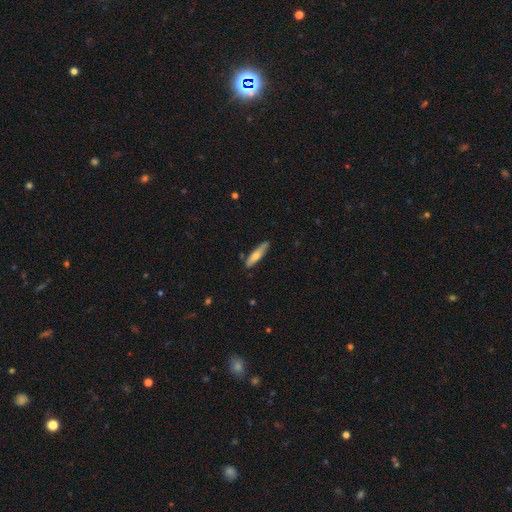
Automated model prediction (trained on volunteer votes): Smooth or featured? smooth (67%)
How rounded? cigar-shaped (77%)
Merging? none (83%)